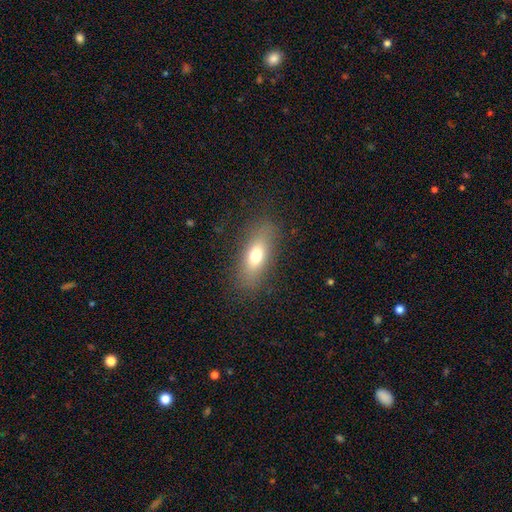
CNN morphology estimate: Smooth or featured? smooth (71%)
How rounded? in between (72%)
Merging? none (83%)